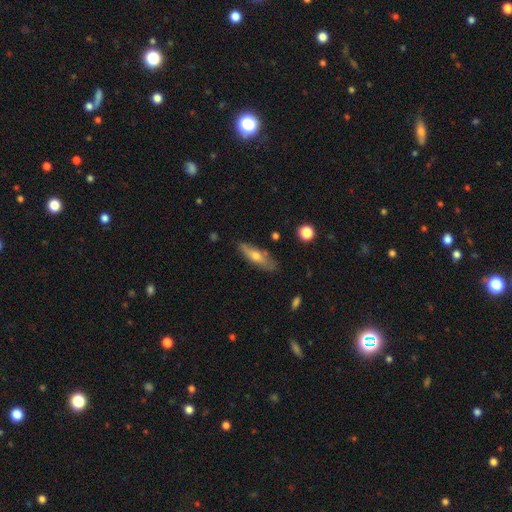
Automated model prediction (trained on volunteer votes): Smooth or featured: smooth — 55% (featured or disk — 38%)
How rounded: cigar-shaped — 54% (in between — 43%)
Merging: none — 75% (minor disturbance — 19%)